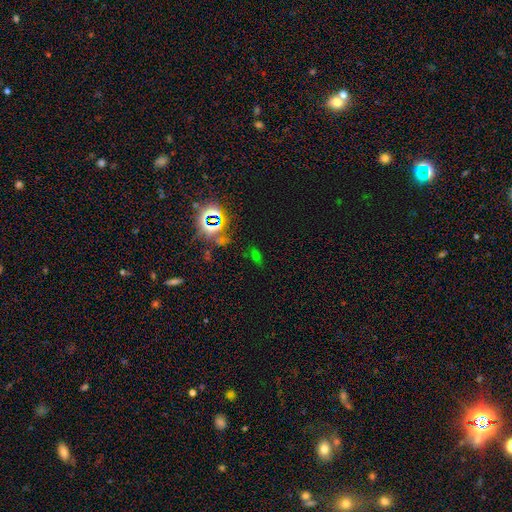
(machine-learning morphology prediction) Smooth or featured? Predicted: star or artifact (p=0.58).